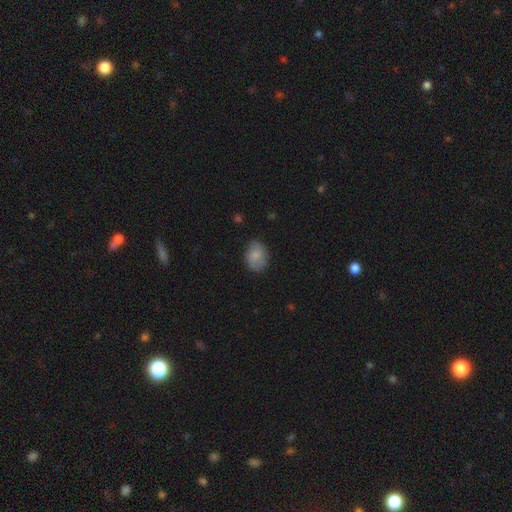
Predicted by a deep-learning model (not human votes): This is clearly a smooth galaxy (80%). How rounded: likely in between (68%). Merging: likely none (79%).